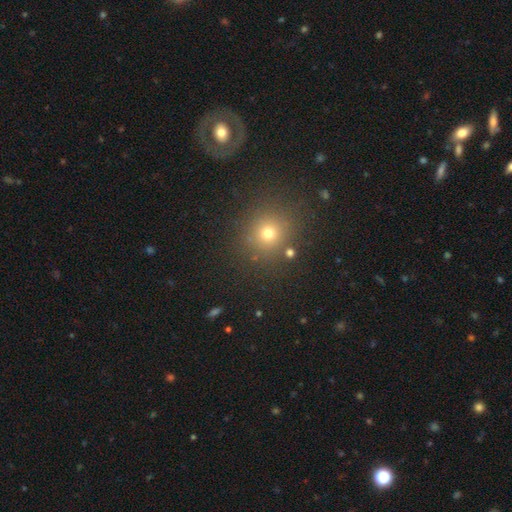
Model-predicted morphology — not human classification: smooth_or_featured: smooth (p=0.51) [alt: star or artifact p=0.39]
how_rounded: round (p=0.87) [alt: in between p=0.12]
merging: none (p=0.86) [alt: minor disturbance p=0.07]